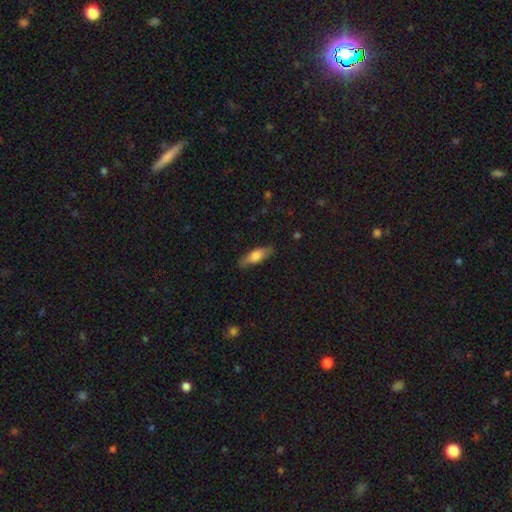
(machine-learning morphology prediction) Smooth or featured? smooth (67%)
How rounded? in between (54%)
Merging? none (82%)